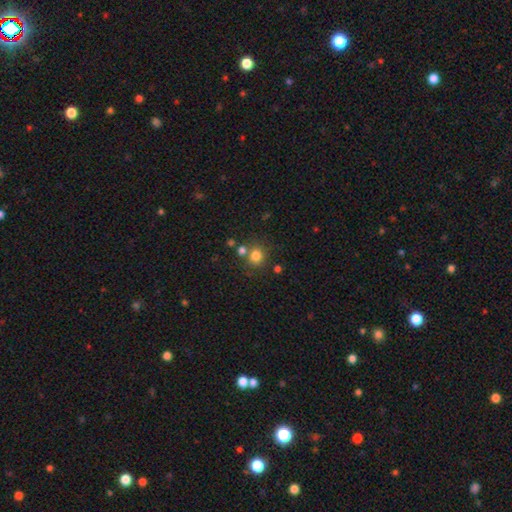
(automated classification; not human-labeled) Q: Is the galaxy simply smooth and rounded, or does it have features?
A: smooth — 79%.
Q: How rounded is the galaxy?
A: round — 81%.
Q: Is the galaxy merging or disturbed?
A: none — 69%.